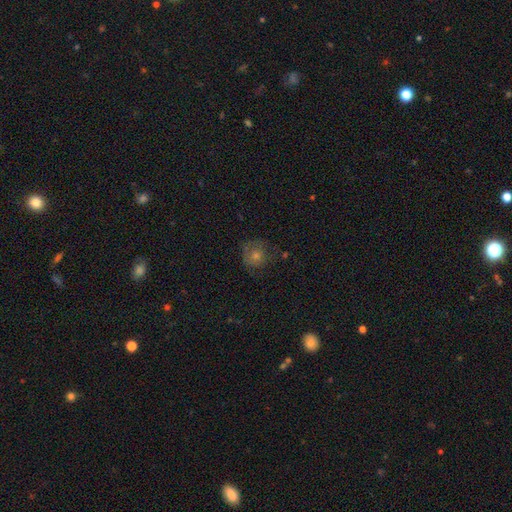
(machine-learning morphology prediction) A smooth galaxy with no disk features (47%).

Vote fractions:
- Smooth or featured? smooth: 47% / featured or disk: 31% / star or artifact: 22%
- Merging? none: 72% / minor disturbance: 17% / major disturbance: 9% / merger: 2%